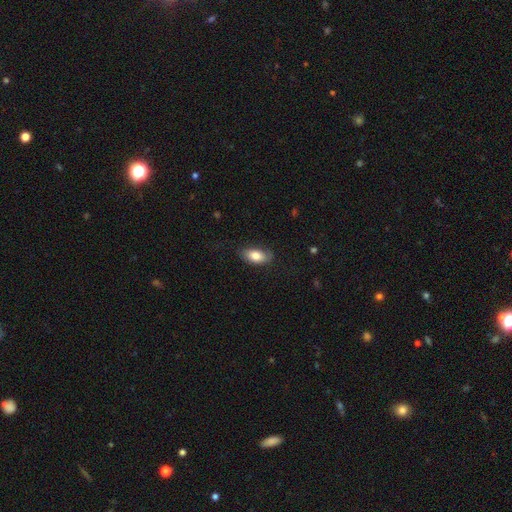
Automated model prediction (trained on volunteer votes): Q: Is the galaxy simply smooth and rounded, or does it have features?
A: smooth — 79%.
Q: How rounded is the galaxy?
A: in between — 92%.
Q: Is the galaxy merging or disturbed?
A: none — 69%.